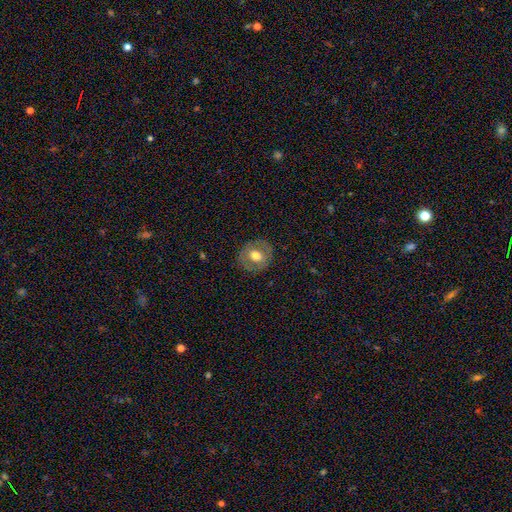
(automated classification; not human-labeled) smooth_or_featured: smooth (p=0.56) [alt: featured or disk p=0.37]
how_rounded: round (p=0.82) [alt: in between p=0.17]
merging: none (p=0.84) [alt: minor disturbance p=0.11]